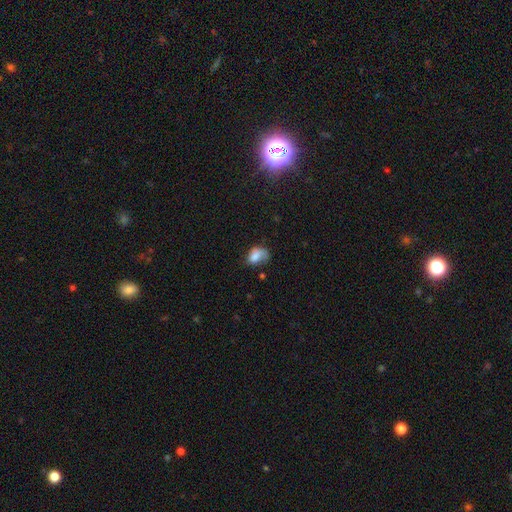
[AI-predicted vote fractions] Q: Smooth or featured?
A: smooth (68%); runner-up: featured or disk (22%)
Q: How rounded?
A: in between (80%); runner-up: round (18%)
Q: Merging?
A: none (34%); runner-up: minor disturbance (31%)